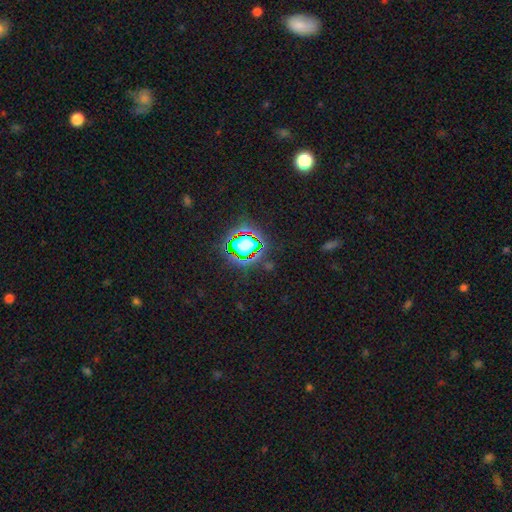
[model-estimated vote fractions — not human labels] Overall: star or artifact (81%).